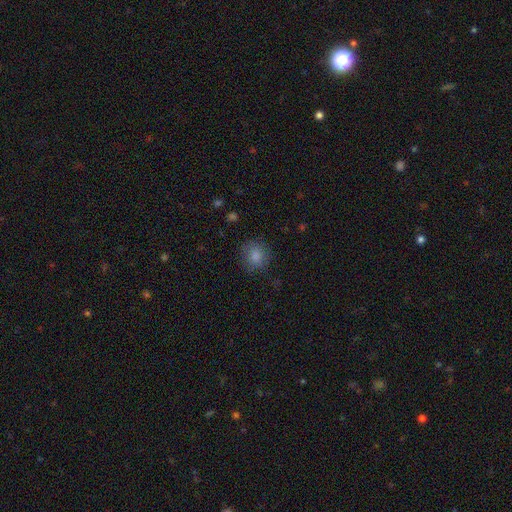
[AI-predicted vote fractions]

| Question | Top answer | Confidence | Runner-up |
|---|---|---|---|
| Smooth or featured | smooth | 84% | star or artifact (10%) |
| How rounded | round | 85% | in between (14%) |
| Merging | none | 81% | minor disturbance (14%) |